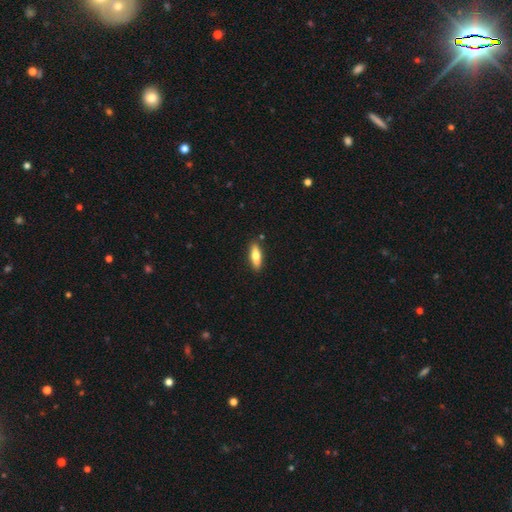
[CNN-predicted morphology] smooth_or_featured: smooth (p=0.67) [alt: featured or disk p=0.27]
how_rounded: cigar-shaped (p=0.49) [alt: in between p=0.48]
merging: none (p=0.86) [alt: minor disturbance p=0.10]